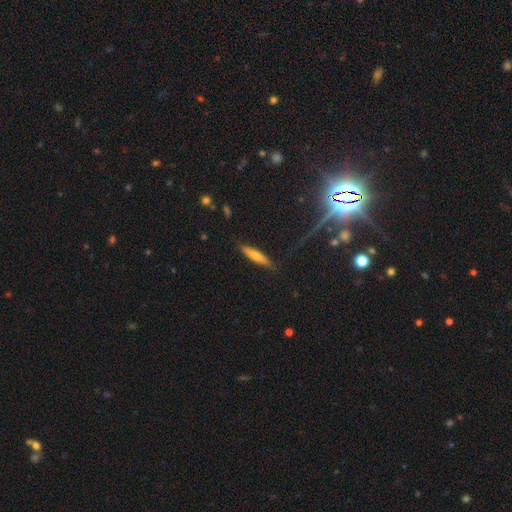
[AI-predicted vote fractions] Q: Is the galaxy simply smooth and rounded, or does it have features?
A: smooth — 57%.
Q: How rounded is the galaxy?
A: cigar-shaped — 80%.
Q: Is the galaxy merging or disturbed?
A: none — 85%.